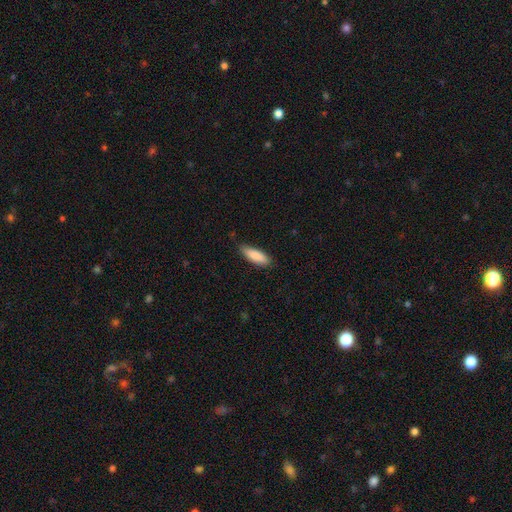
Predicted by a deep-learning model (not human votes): Smooth or featured?
  - smooth: 87% *
  - featured or disk: 8%
  - star or artifact: 6%
How rounded?
  - in between: 58% *
  - cigar-shaped: 41%
  - round: 1%
Merging?
  - none: 81% *
  - minor disturbance: 16%
  - major disturbance: 2%
  - merger: 1%